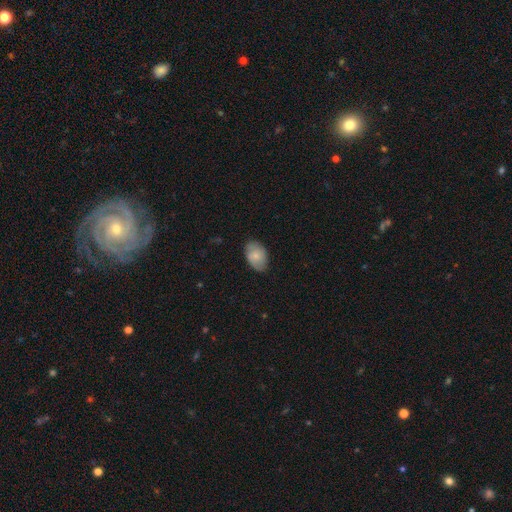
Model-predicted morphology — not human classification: smooth 67%, featured or disk 27%, star or artifact 6%. Down the decision tree: how rounded — in between (87%); merging — none (77%).